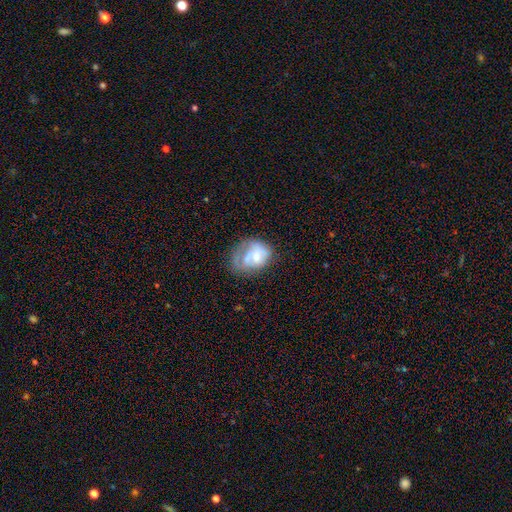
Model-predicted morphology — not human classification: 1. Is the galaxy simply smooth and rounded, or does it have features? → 53% featured or disk, 39% smooth, 8% star or artifact.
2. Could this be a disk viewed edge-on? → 97% no, 3% yes.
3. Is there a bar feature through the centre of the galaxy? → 57% no, 35% weak, 8% strong.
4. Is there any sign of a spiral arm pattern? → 61% yes, 39% no.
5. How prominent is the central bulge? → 45% moderate, 41% small, 7% none, 6% large, 1% dominant.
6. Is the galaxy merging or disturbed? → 38% none, 31% major disturbance, 28% minor disturbance, 3% merger.